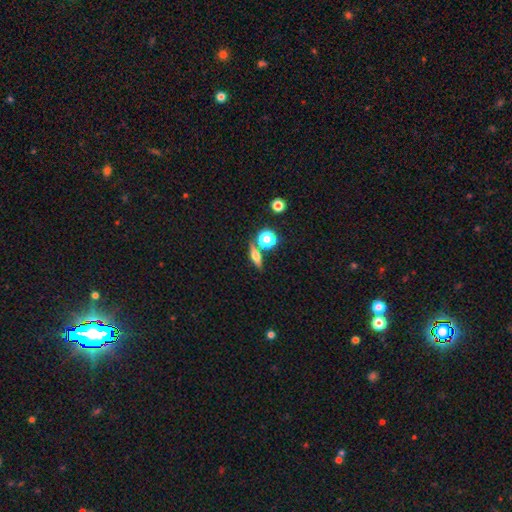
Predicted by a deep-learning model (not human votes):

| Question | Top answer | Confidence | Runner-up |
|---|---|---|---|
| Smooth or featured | featured or disk | 48% | smooth (40%) |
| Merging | none | 77% | merger (11%) |